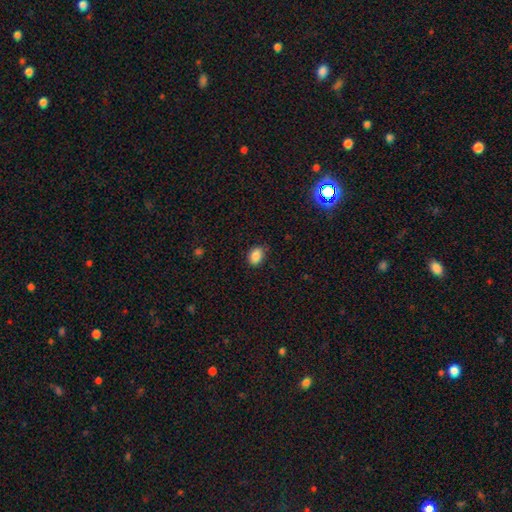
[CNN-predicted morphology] A smooth galaxy with no disk features (87%) that is in between round and cigar-shaped (74%). Merging: none (82%).